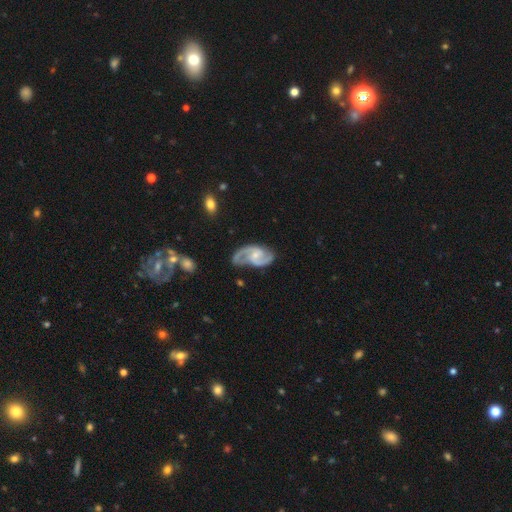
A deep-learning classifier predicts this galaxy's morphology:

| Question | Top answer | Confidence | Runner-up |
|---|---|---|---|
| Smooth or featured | featured or disk | 90% | smooth (6%) |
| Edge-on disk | no | 98% | yes (2%) |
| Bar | weak | 49% | no (39%) |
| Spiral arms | yes | 97% | no (3%) |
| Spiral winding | medium | 58% | loose (24%) |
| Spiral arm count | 2 | 92% | can't tell (3%) |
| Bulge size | small | 56% | moderate (31%) |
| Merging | none | 69% | minor disturbance (20%) |